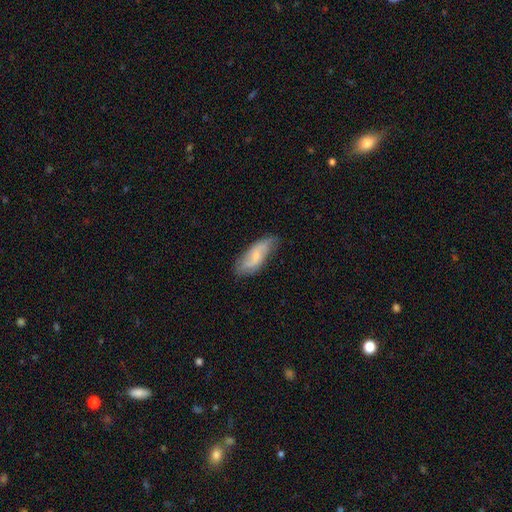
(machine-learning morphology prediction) type=featured or disk (50%); edge-on=no (89%); merging=none (68%).